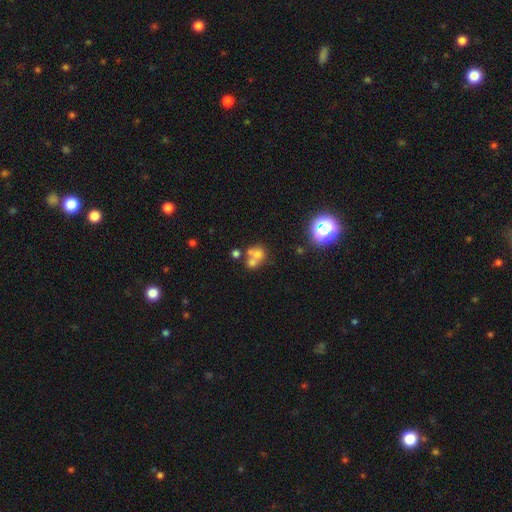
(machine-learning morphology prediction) Smooth or featured? Predicted: smooth (p=0.59). How rounded? Predicted: round (p=0.73). Merging? Predicted: merger (p=0.54).